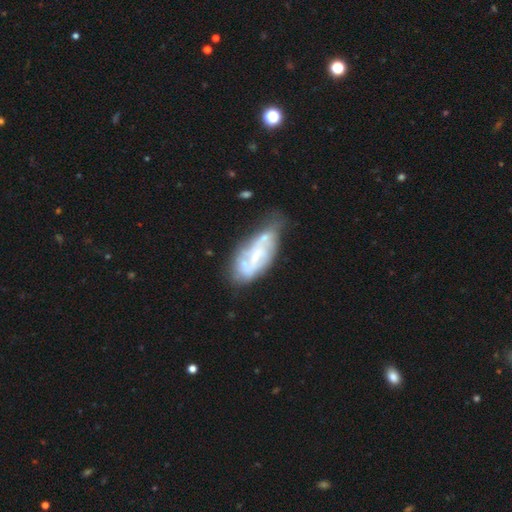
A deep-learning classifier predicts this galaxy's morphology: Overall: featured or disk (66%). Edge-on disk: no (92%). Bar: no (47%; weak 38%). Spiral arms: yes (60%; no 40%). Bulge size: small (49%; moderate 29%). Merging: none (37%; minor disturbance 33%).